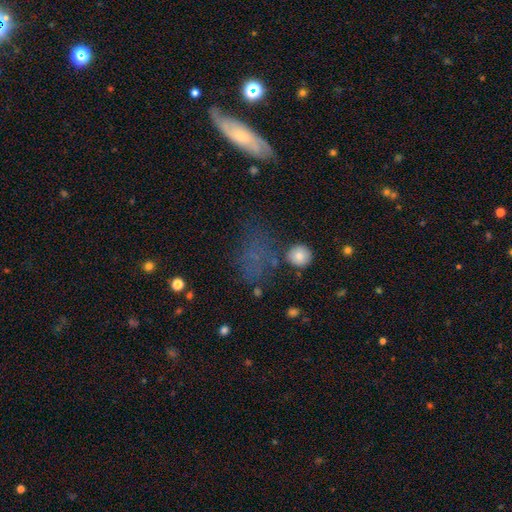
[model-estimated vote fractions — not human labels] Morphology: type=smooth (52%); roundness=in between (53%); merging=none (58%).